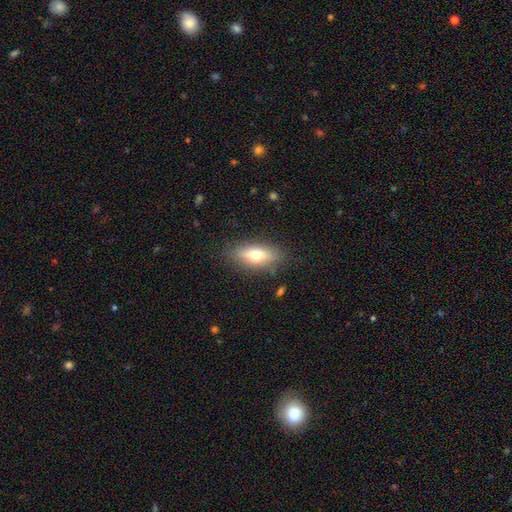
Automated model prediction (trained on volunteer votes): Smooth or featured? Predicted: smooth (p=0.60). How rounded? Predicted: in between (p=0.72). Merging? Predicted: none (p=0.84).